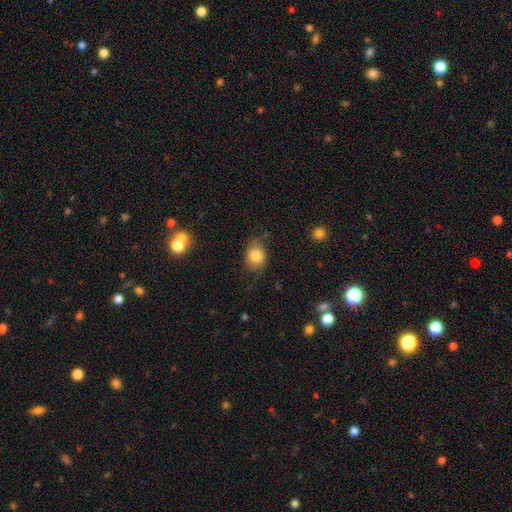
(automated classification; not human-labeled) Smooth or featured? Predicted: smooth (p=0.80). How rounded? Predicted: round (p=0.52). Merging? Predicted: none (p=0.69).